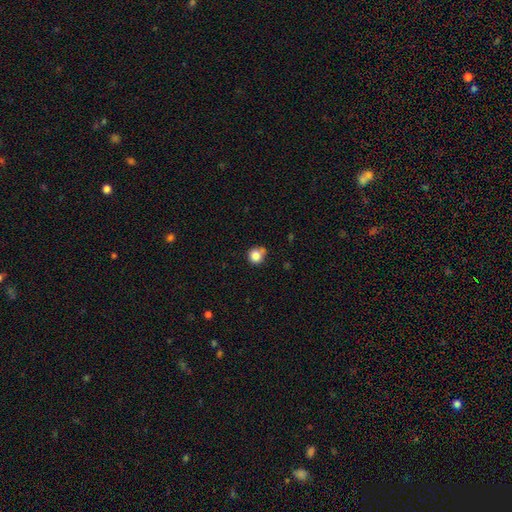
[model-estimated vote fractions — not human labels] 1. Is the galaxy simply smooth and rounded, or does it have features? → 84% smooth, 10% star or artifact, 6% featured or disk.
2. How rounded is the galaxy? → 91% round, 8% in between, 1% cigar-shaped.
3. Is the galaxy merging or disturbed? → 65% none, 18% minor disturbance, 12% merger, 5% major disturbance.